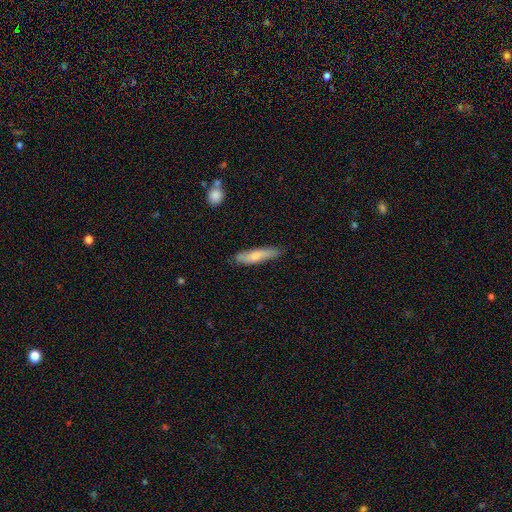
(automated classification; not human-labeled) Overall: smooth (69%). How rounded: cigar-shaped (76%). Merging: none (77%).